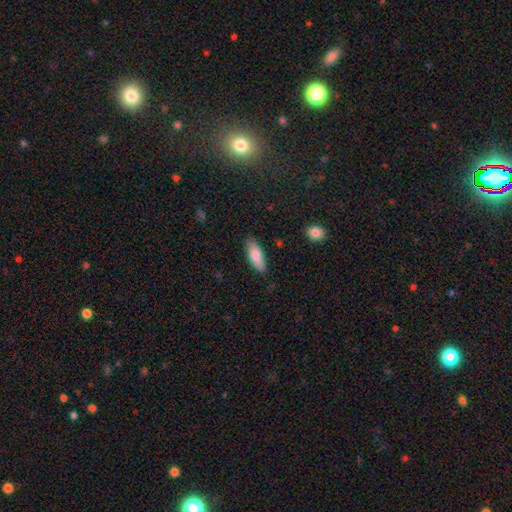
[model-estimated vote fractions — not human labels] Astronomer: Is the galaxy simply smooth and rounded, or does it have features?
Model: smooth — 80%.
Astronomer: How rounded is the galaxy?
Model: in between — 72%.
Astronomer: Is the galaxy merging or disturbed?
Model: none — 83%.